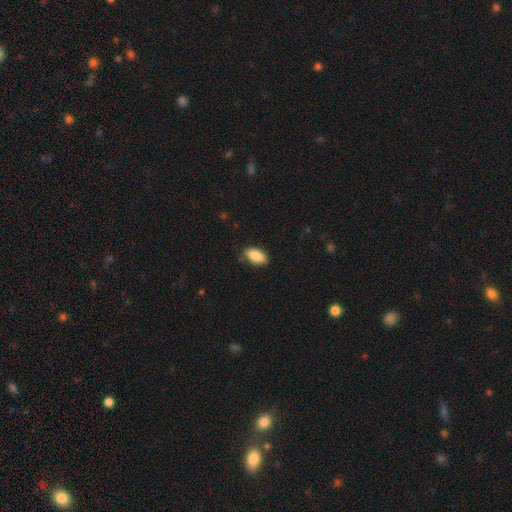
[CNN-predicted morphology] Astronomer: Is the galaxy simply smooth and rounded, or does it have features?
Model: smooth — 88%.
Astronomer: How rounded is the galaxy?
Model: in between — 93%.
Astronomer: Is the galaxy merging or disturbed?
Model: none — 84%.